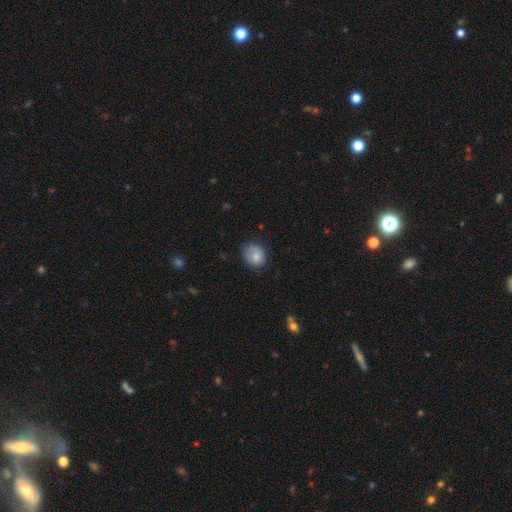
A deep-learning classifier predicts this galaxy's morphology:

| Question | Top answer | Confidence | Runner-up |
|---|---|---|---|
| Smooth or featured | smooth | 79% | featured or disk (13%) |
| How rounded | round | 58% | in between (41%) |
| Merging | none | 64% | minor disturbance (27%) |